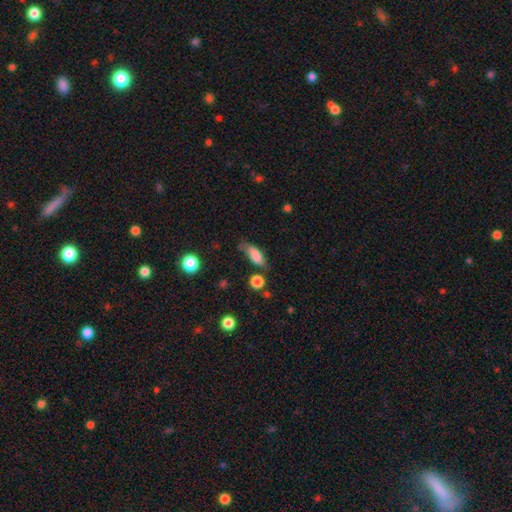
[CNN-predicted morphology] This appears to be a smooth galaxy with no disk features (79%) that is in between round and cigar-shaped (70%). Merging: none (54%).